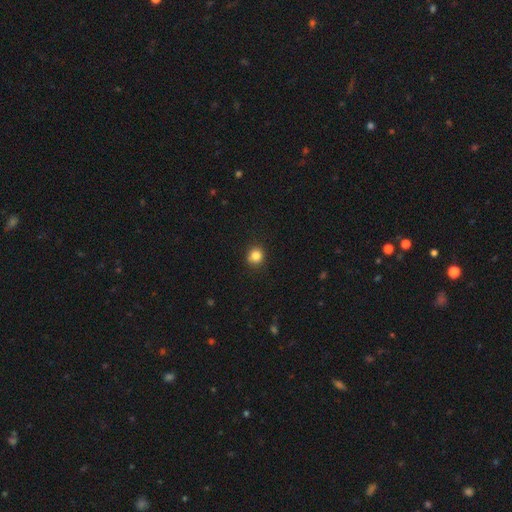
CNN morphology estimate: smooth-or-featured: smooth: 84% | star or artifact: 12% | featured or disk: 5%
  how-rounded: round: 87% | in between: 12% | cigar-shaped: 1%
  merging: none: 88% | minor disturbance: 9% | major disturbance: 2% | merger: 1%